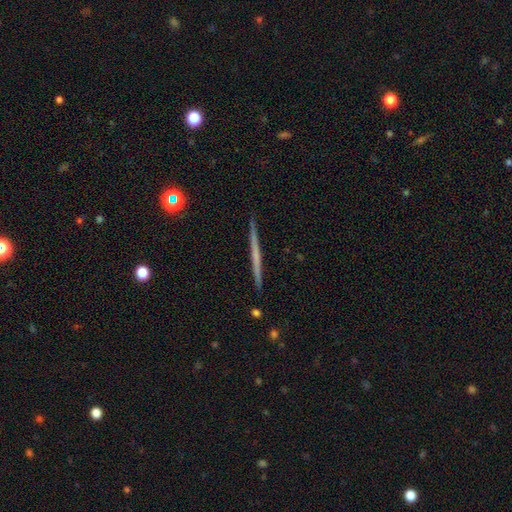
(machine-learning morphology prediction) smooth-or-featured: featured or disk: 60% | smooth: 34% | star or artifact: 6%
  disk-edge-on: yes: 98% | no: 2%
    edge-on-bulge: none: 86% | rounded: 10% | boxy: 4%
  merging: none: 92% | minor disturbance: 5% | major disturbance: 1% | merger: 1%